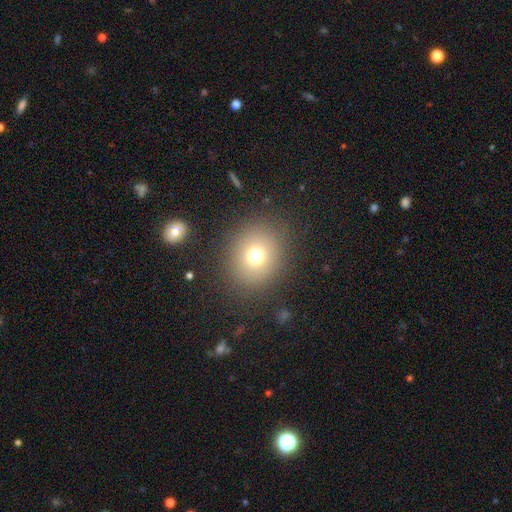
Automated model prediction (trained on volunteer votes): A smooth galaxy with no disk features (71%) that is round (73%). Merging: none (85%).